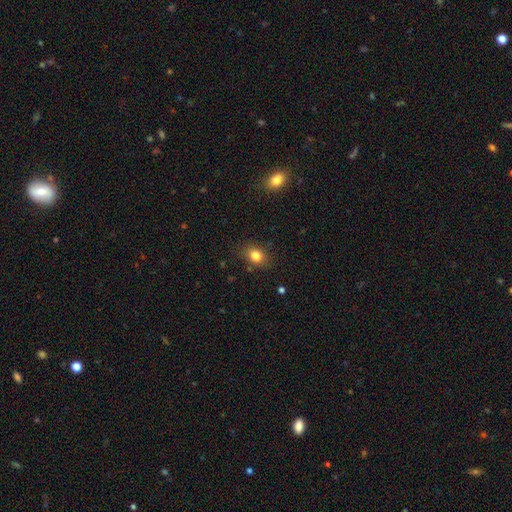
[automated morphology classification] This is clearly a smooth galaxy (82%). How rounded: possibly in between (53%). Merging: clearly none (83%).